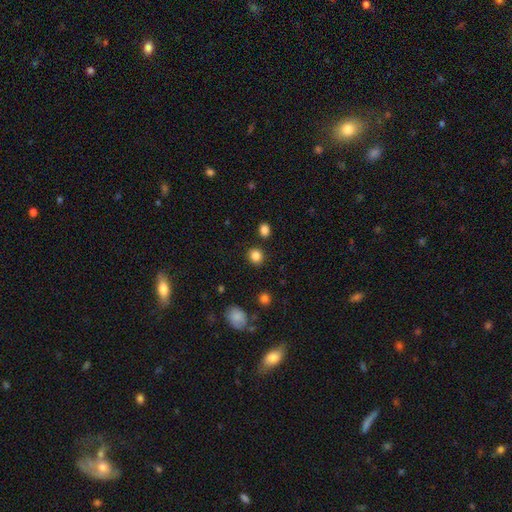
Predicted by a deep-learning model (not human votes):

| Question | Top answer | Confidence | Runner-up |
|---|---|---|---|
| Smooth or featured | smooth | 84% | star or artifact (12%) |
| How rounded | round | 80% | in between (19%) |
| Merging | none | 85% | minor disturbance (8%) |